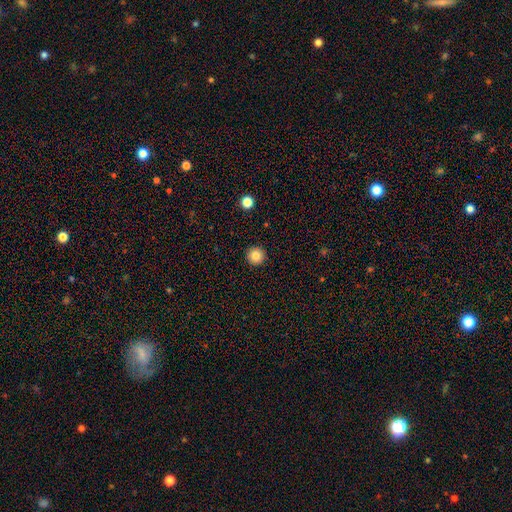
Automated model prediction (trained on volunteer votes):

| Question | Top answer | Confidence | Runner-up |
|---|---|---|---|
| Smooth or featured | smooth | 84% | star or artifact (10%) |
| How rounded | round | 96% | in between (3%) |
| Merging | none | 93% | minor disturbance (4%) |